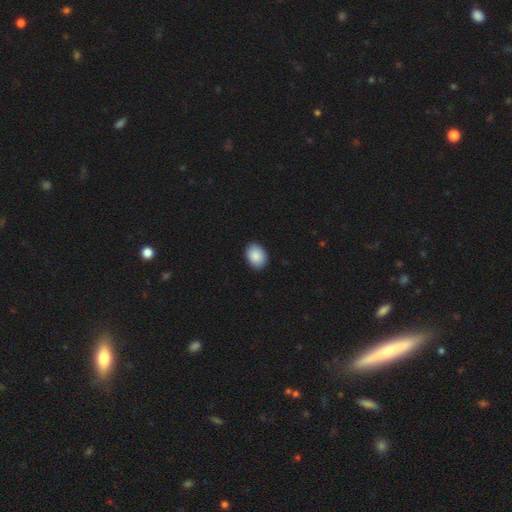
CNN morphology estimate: A smooth galaxy with no disk features (90%) that is in between round and cigar-shaped (74%).

Vote fractions:
- Smooth or featured? smooth: 90% / star or artifact: 7% / featured or disk: 4%
- How rounded? in between: 74% / round: 25% / cigar-shaped: 1%
- Merging? none: 88% / minor disturbance: 9% / major disturbance: 2% / merger: 1%